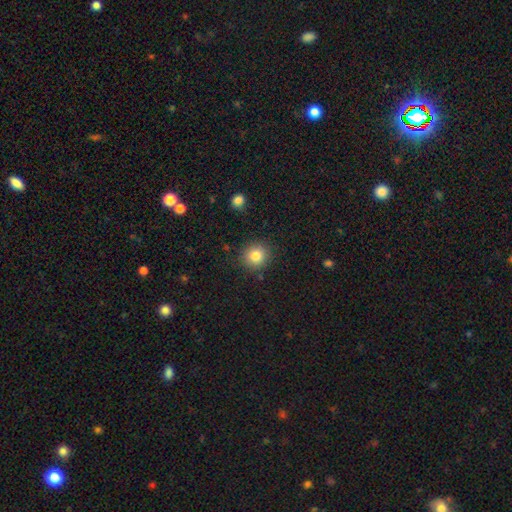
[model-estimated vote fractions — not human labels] Morphology: type=smooth (82%); roundness=round (88%); merging=none (88%).